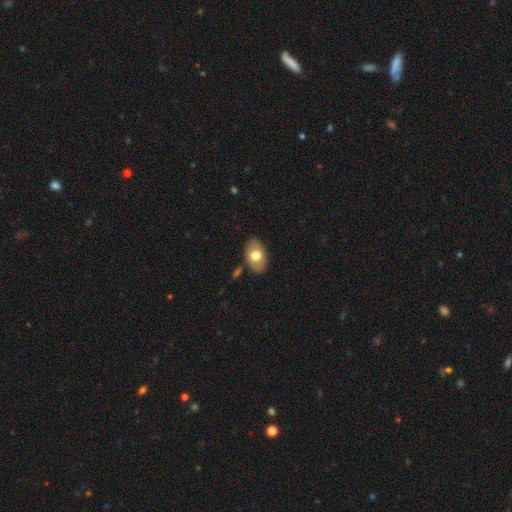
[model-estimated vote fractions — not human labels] Q: Smooth or featured?
A: smooth (67%); runner-up: featured or disk (27%)
Q: How rounded?
A: in between (88%); runner-up: round (11%)
Q: Merging?
A: none (80%); runner-up: minor disturbance (13%)